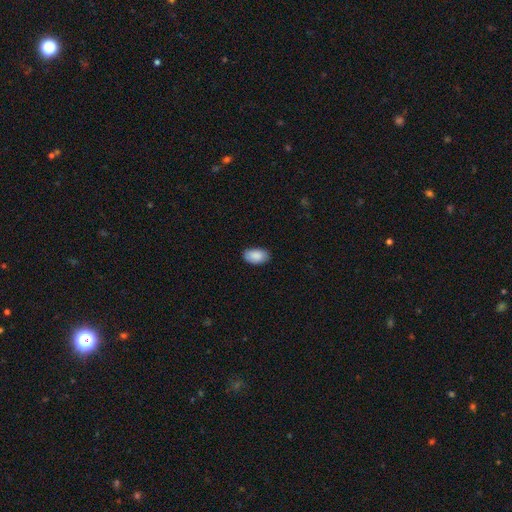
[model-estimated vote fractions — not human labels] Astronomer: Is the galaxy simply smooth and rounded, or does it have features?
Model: smooth — 89%.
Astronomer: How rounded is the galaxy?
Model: in between — 94%.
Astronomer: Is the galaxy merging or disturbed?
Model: none — 84%.